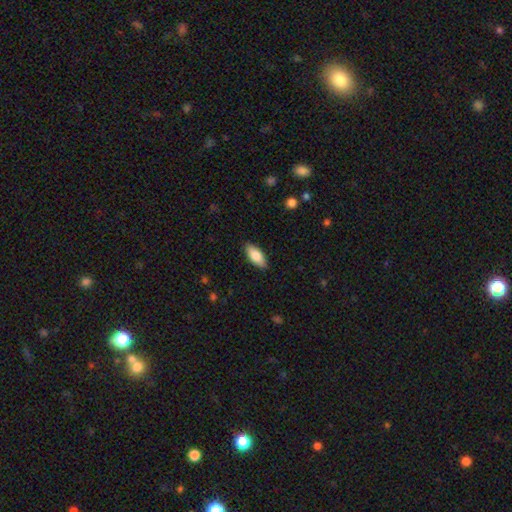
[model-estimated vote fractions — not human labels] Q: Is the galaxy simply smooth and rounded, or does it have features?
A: smooth — 80%.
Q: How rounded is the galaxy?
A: in between — 84%.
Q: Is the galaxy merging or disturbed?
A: none — 88%.